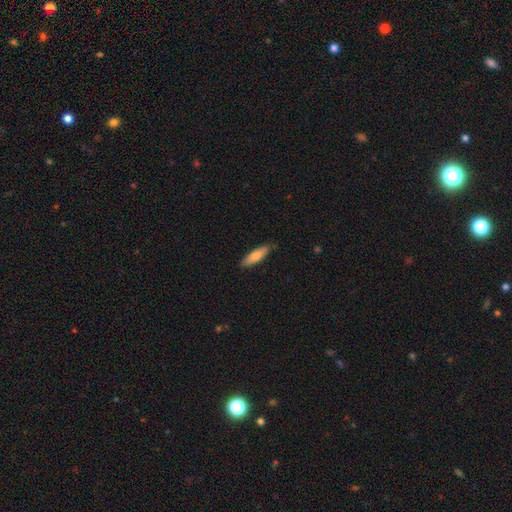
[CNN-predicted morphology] Overall: smooth (72%). How rounded: cigar-shaped (59%; in between 39%). Merging: none (84%).